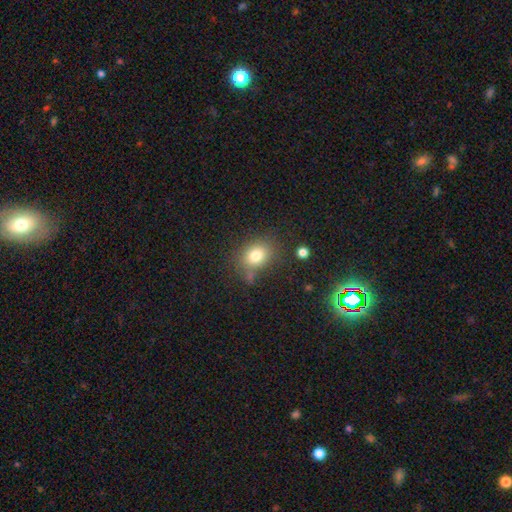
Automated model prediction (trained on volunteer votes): Overall: smooth (79%). How rounded: round (50%; in between 49%). Merging: none (70%).